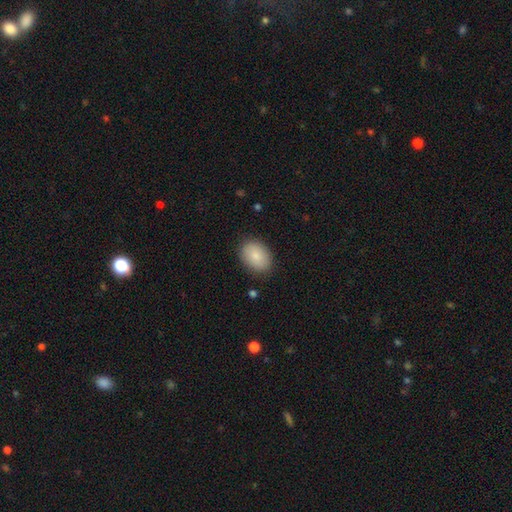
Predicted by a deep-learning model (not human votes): Overall: smooth (86%). How rounded: in between (79%). Merging: none (85%).